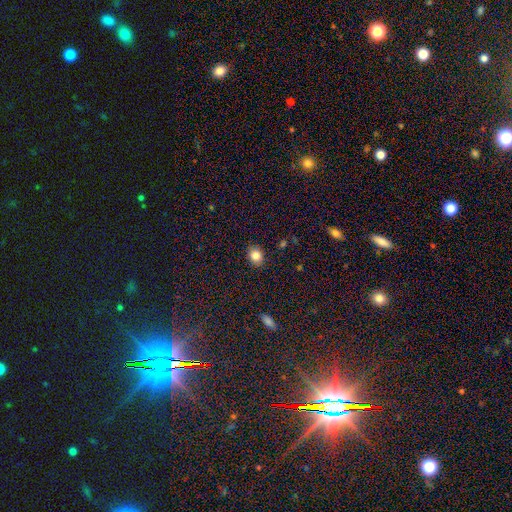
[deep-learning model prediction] Overall: smooth (84%). How rounded: round (50%; in between 49%). Merging: none (89%).